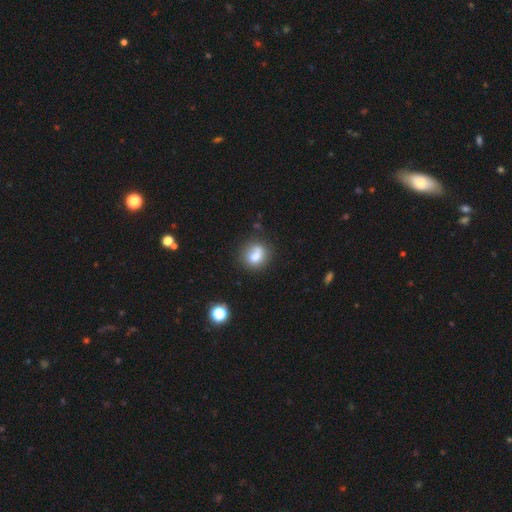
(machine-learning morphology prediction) Smooth or featured? Predicted: smooth (p=0.72). How rounded? Predicted: round (p=0.73). Merging? Predicted: none (p=0.51).